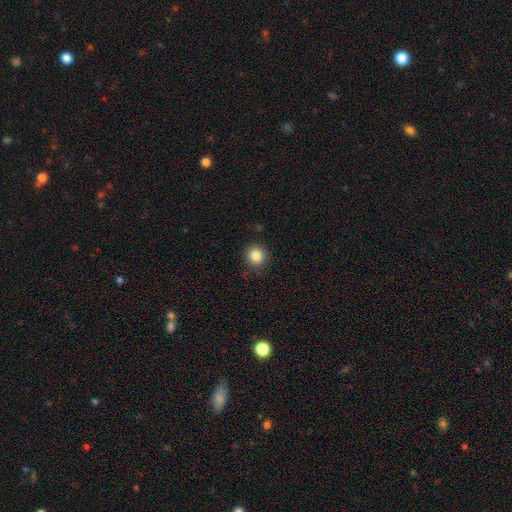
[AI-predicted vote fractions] This appears to be a smooth galaxy with no disk features (84%) that is round (94%). Merging: none (87%).